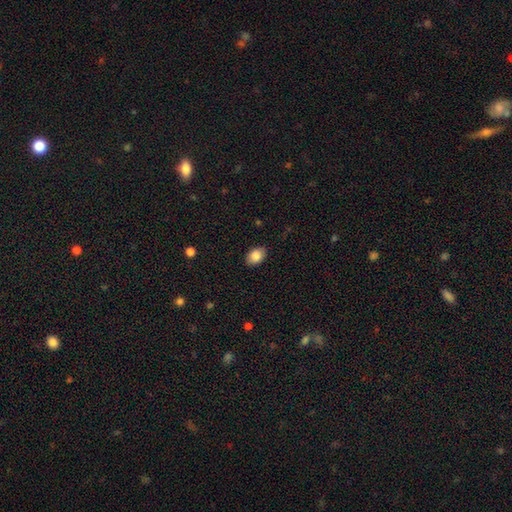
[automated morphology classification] smooth 84%, featured or disk 8%, star or artifact 8%. Down the decision tree: how rounded — in between (82%); merging — none (88%).